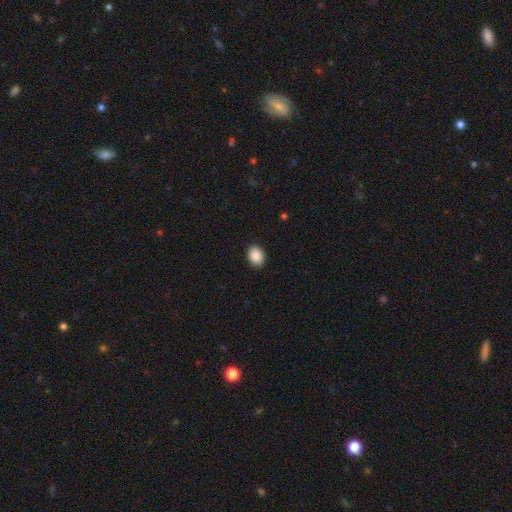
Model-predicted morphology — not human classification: A smooth galaxy with no disk features (89%) that is in between round and cigar-shaped (61%). Merging: none (91%).